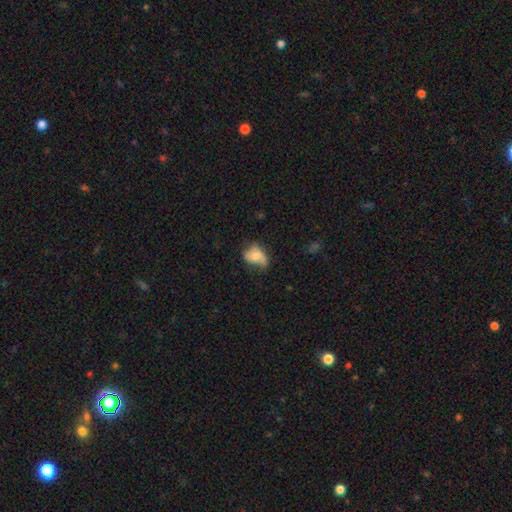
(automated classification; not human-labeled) This appears to be a smooth galaxy with no disk features (57%) that is in between round and cigar-shaped (76%). Merging: none (41%).